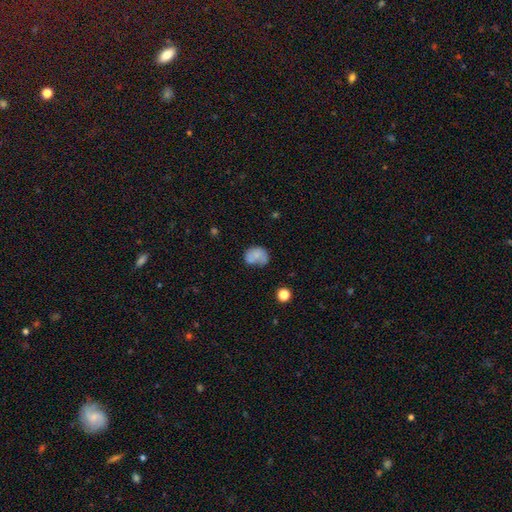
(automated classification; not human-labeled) smooth-or-featured: smooth: 71% | featured or disk: 19% | star or artifact: 10%
  how-rounded: in between: 56% | round: 43% | cigar-shaped: 1%
  merging: none: 39% | minor disturbance: 25% | merger: 24% | major disturbance: 12%